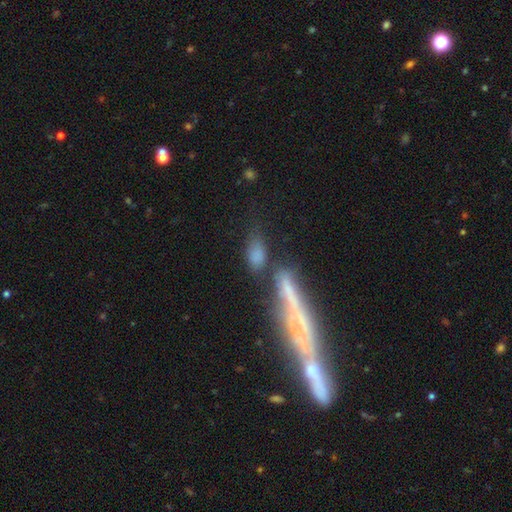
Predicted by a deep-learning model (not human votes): A smooth galaxy with no disk features (75%) that is in between round and cigar-shaped (76%). Merging: none (48%).